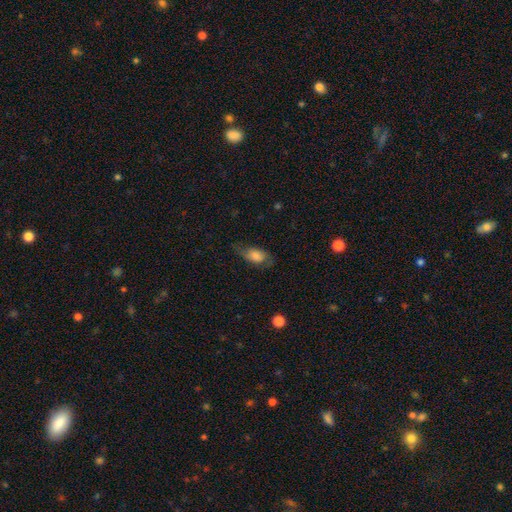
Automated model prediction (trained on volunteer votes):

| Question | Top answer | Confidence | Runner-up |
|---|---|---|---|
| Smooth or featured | smooth | 71% | featured or disk (20%) |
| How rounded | in between | 86% | round (8%) |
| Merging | none | 60% | minor disturbance (26%) |